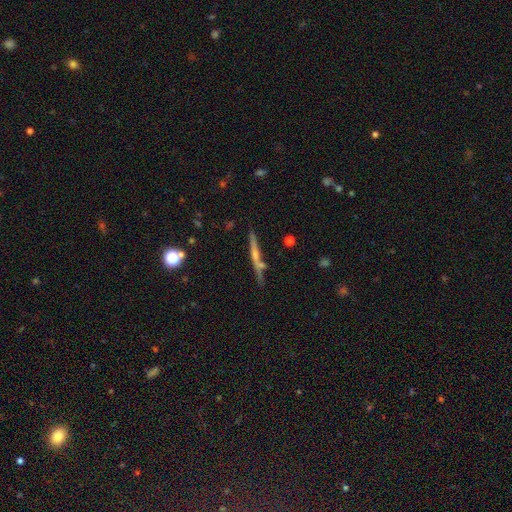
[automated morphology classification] The model was most divided on "edge-on bulge": rounded: 56%, none: 35%, boxy: 8%. More confident: edge-on disk — yes (96%); merging — none (75%); smooth or featured — featured or disk (64%).